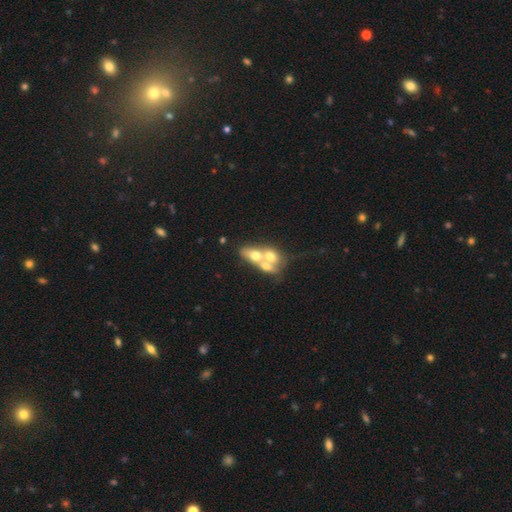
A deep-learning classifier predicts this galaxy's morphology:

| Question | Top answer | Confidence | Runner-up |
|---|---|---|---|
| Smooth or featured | smooth | 52% | featured or disk (38%) |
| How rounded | in between | 64% | round (30%) |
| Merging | merger | 74% | none (15%) |